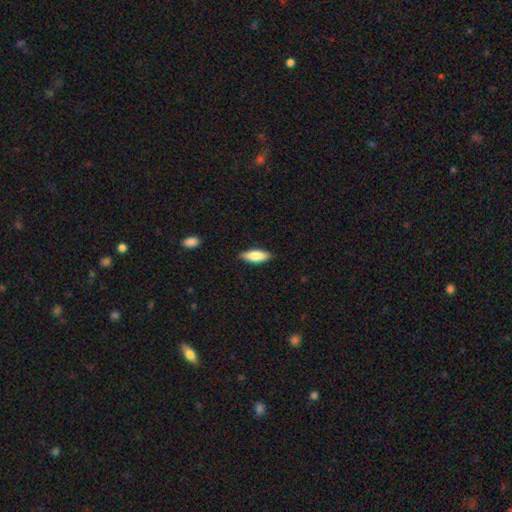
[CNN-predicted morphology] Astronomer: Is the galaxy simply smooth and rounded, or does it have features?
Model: smooth — 78%.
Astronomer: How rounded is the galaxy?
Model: in between — 63%.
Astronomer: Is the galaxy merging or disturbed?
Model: none — 86%.